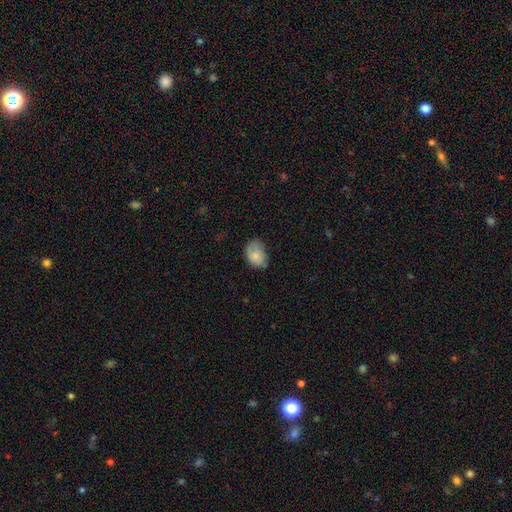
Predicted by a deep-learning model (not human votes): Smooth or featured: smooth — 77% (featured or disk — 15%)
How rounded: in between — 79% (round — 20%)
Merging: none — 54% (minor disturbance — 34%)